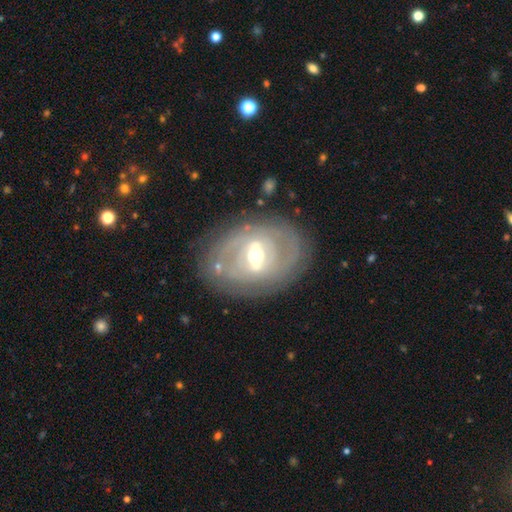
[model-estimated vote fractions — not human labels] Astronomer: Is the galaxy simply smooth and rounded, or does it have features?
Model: featured or disk — 81%.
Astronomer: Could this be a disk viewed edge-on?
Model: no — 93%.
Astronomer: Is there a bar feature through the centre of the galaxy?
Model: strong — 53% (runner-up: weak, 37%).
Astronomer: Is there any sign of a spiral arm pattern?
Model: yes — 63%.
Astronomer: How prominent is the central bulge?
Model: moderate — 69%.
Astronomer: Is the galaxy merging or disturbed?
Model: none — 78%.